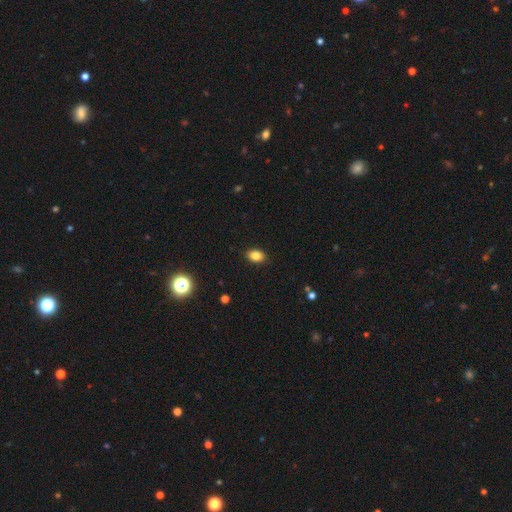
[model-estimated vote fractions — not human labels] smooth 84%, star or artifact 10%, featured or disk 6%. Down the decision tree: how rounded — in between (81%); merging — none (89%).